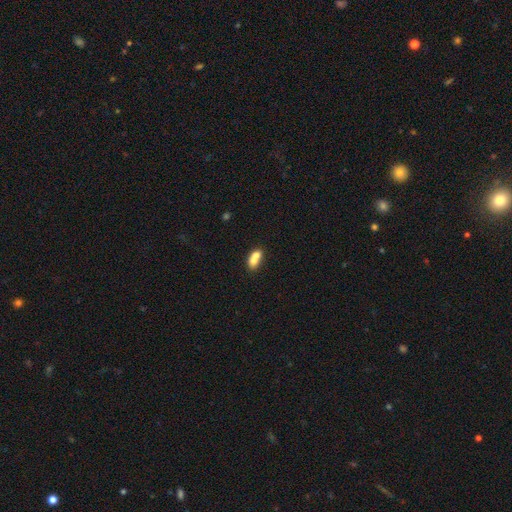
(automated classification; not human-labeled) Smooth or featured? Predicted: smooth (p=0.70). How rounded? Predicted: in between (p=0.73). Merging? Predicted: merger (p=0.61).